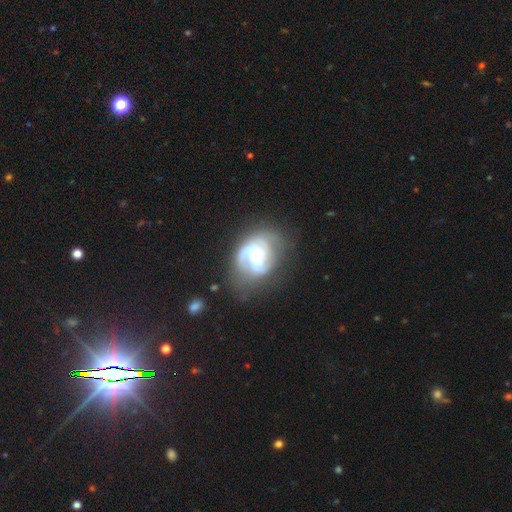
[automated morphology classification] Smooth or featured? Predicted: featured or disk (p=0.82). Edge-on disk? Predicted: no (p=0.98). Bar? Predicted: weak (p=0.48). Spiral arms? Predicted: yes (p=0.94). Spiral winding? Predicted: medium (p=0.49). Spiral arm count? Predicted: 2 (p=0.52). Bulge size? Predicted: moderate (p=0.50). Merging? Predicted: none (p=0.52).